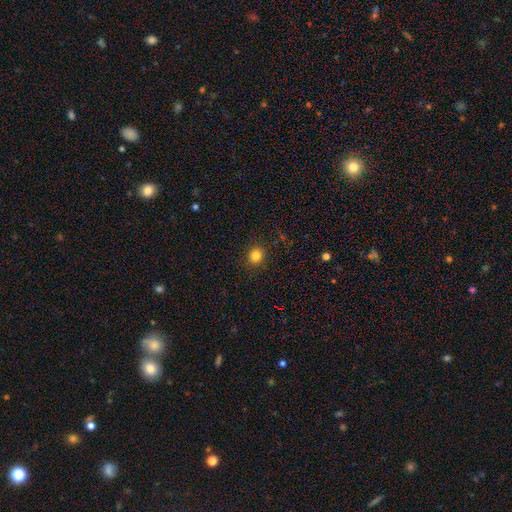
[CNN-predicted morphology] Smooth or featured?
  - smooth: 83% *
  - star or artifact: 13%
  - featured or disk: 5%
How rounded?
  - round: 84% *
  - in between: 15%
  - cigar-shaped: 1%
Merging?
  - none: 90% *
  - minor disturbance: 7%
  - major disturbance: 2%
  - merger: 1%